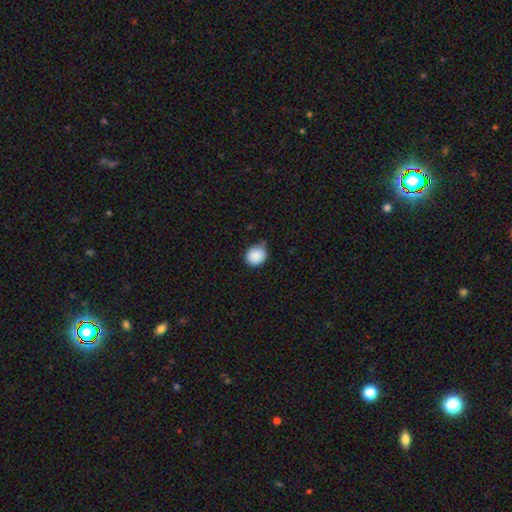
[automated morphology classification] smooth 88%, star or artifact 9%, featured or disk 3%. Down the decision tree: how rounded — round (83%); merging — none (64%).